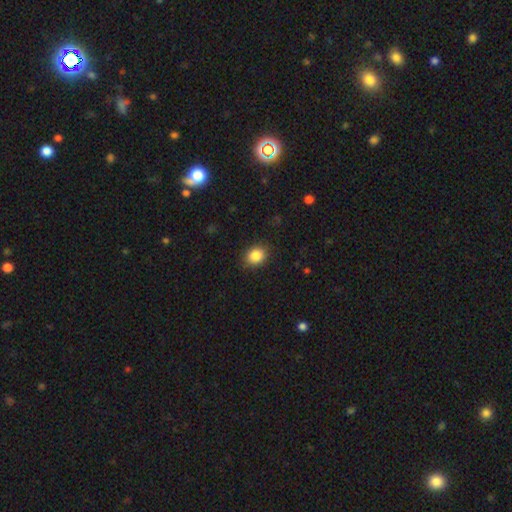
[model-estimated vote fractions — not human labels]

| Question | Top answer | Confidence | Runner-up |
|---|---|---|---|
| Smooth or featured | smooth | 86% | star or artifact (9%) |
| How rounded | round | 52% | in between (47%) |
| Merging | none | 87% | minor disturbance (9%) |